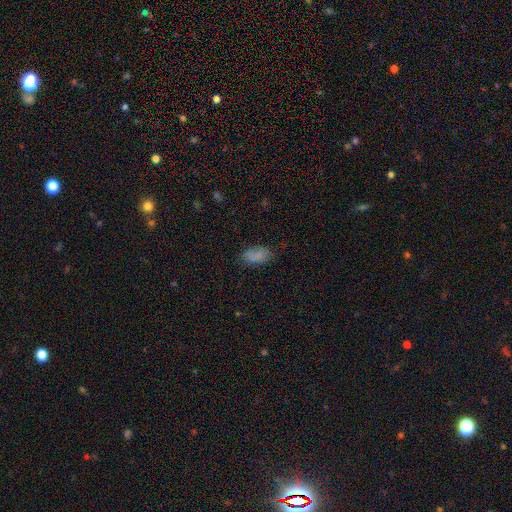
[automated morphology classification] smooth-or-featured: smooth: 84% | star or artifact: 10% | featured or disk: 6%
  how-rounded: in between: 92% | round: 4% | cigar-shaped: 3%
  merging: none: 76% | minor disturbance: 18% | major disturbance: 5% | merger: 1%